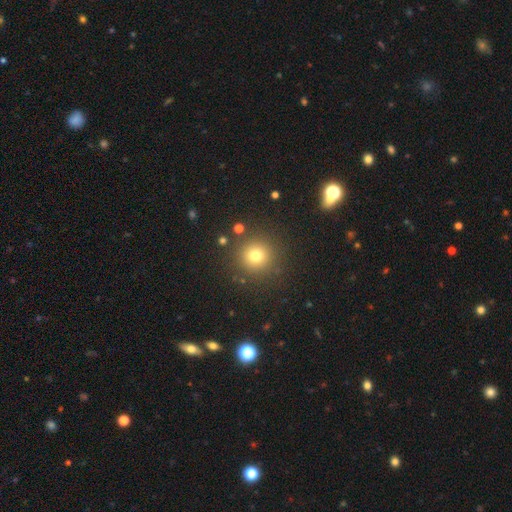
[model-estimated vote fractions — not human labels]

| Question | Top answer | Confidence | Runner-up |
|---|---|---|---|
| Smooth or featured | smooth | 75% | star or artifact (16%) |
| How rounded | round | 94% | in between (5%) |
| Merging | none | 88% | minor disturbance (7%) |